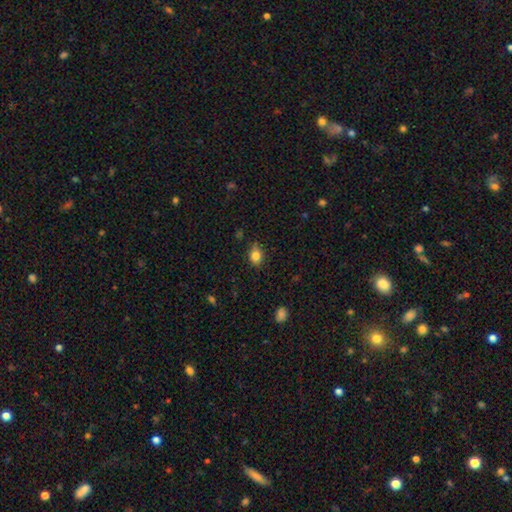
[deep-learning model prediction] This is clearly a smooth galaxy (81%). How rounded: possibly in between (59%). Merging: likely none (73%).